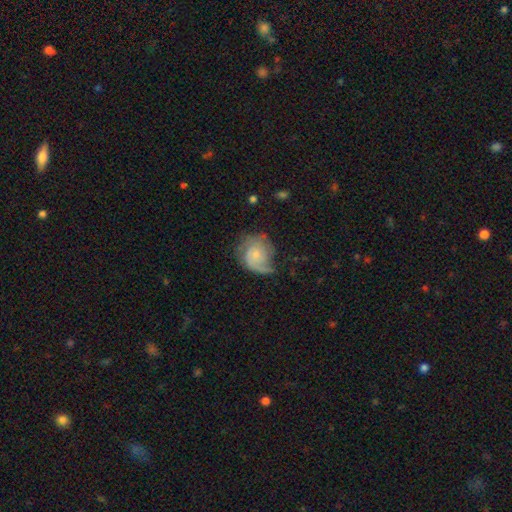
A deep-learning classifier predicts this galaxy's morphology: type=featured or disk (70%); edge-on=no (98%); bar=no (72%); spiral arms=yes (91%); winding=medium (39%); arm count=2 (44%); bulge=small (64%); merging=none (50%).